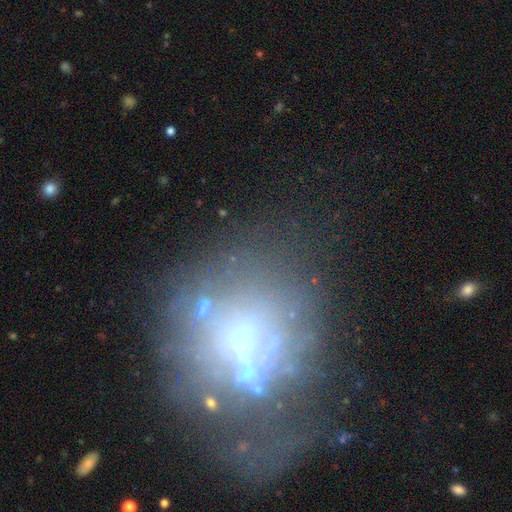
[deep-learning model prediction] Smooth or featured: featured or disk — 50% (smooth — 29%)
Merging: none — 46% (major disturbance — 25%)